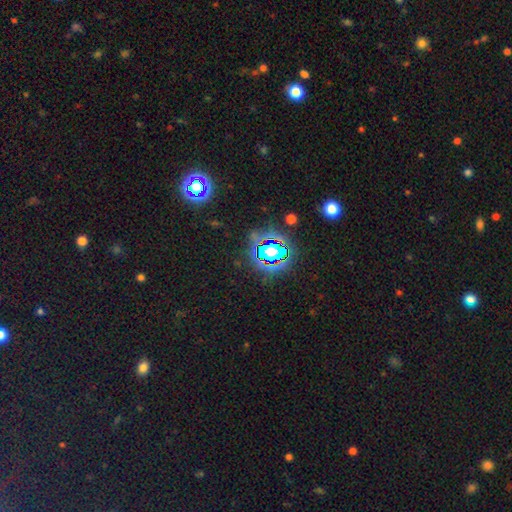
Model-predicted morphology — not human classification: This appears to be a star or artifact, not a galaxy (80%).